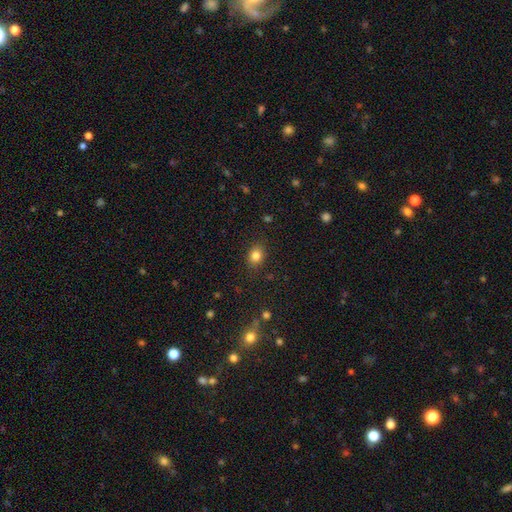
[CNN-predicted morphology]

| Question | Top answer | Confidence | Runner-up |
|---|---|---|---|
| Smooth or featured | smooth | 82% | star or artifact (12%) |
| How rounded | round | 50% | in between (49%) |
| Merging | none | 86% | minor disturbance (10%) |